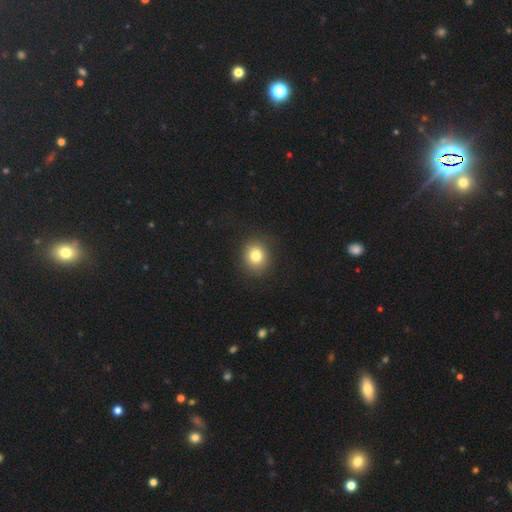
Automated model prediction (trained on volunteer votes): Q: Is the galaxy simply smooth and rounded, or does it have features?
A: smooth — 81%.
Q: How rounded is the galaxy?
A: round — 80%.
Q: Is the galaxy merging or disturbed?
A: none — 89%.